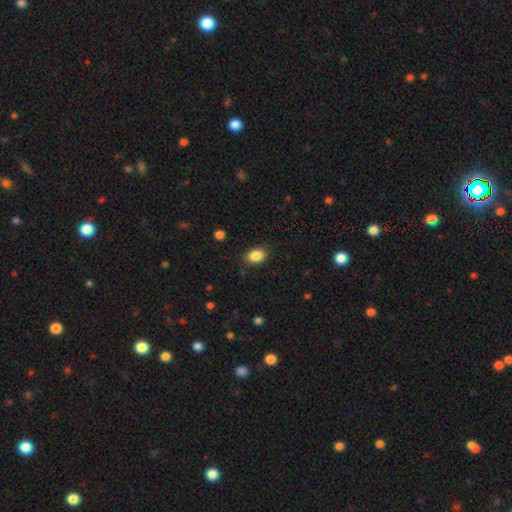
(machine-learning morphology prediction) Smooth or featured? Predicted: smooth (p=0.86). How rounded? Predicted: in between (p=0.77). Merging? Predicted: none (p=0.83).